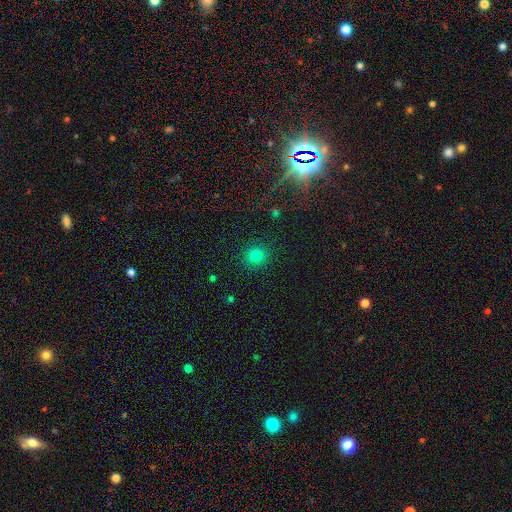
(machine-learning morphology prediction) A smooth galaxy with no disk features (80%) that is round (89%). Merging: none (89%).